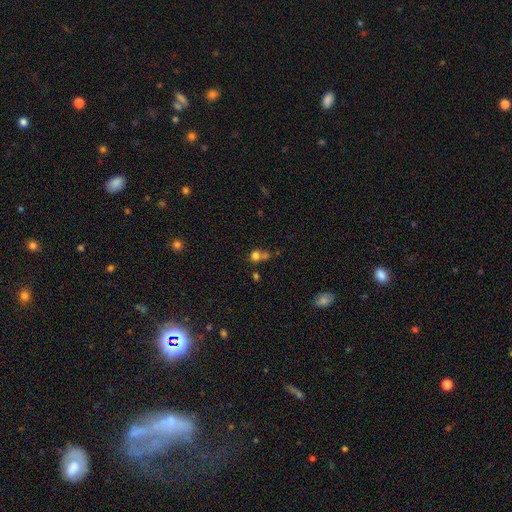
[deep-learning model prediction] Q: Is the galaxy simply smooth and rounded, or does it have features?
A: smooth — 72%.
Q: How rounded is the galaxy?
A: round — 84%.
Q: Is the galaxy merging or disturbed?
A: none — 44%.